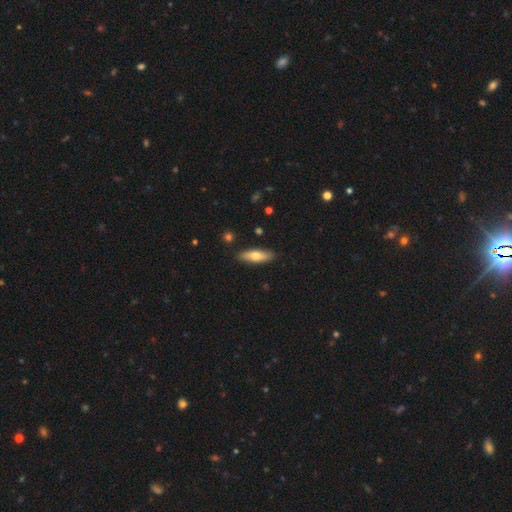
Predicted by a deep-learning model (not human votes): A smooth galaxy with no disk features (64%) that is in between round and cigar-shaped (52%).

Vote fractions:
- Smooth or featured? smooth: 64% / featured or disk: 30% / star or artifact: 6%
- How rounded? in between: 52% / cigar-shaped: 45% / round: 2%
- Merging? none: 87% / minor disturbance: 9% / major disturbance: 2% / merger: 2%